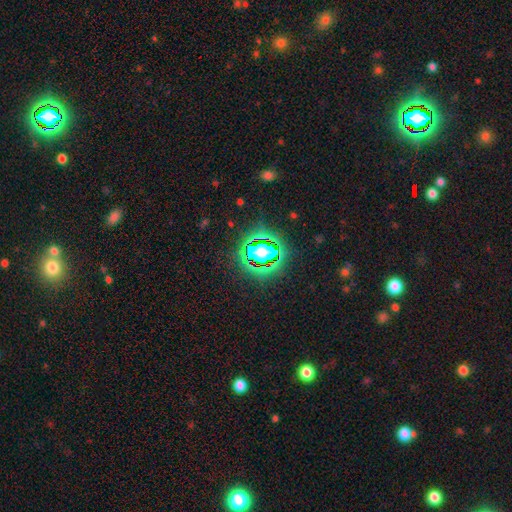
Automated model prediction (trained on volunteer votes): Smooth or featured?
  - star or artifact: 82% *
  - smooth: 11%
  - featured or disk: 7%